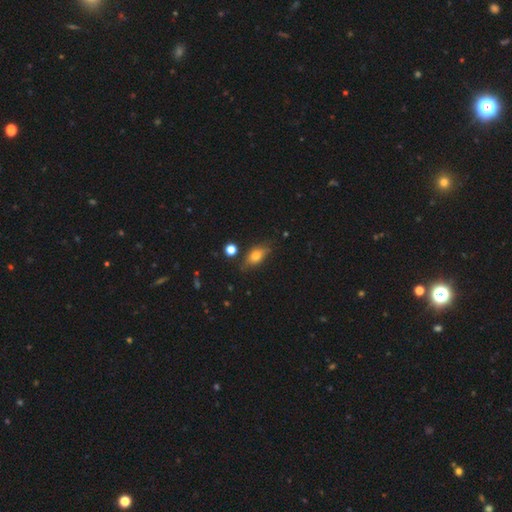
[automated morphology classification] type=smooth (68%); roundness=in between (77%); merging=none (74%).